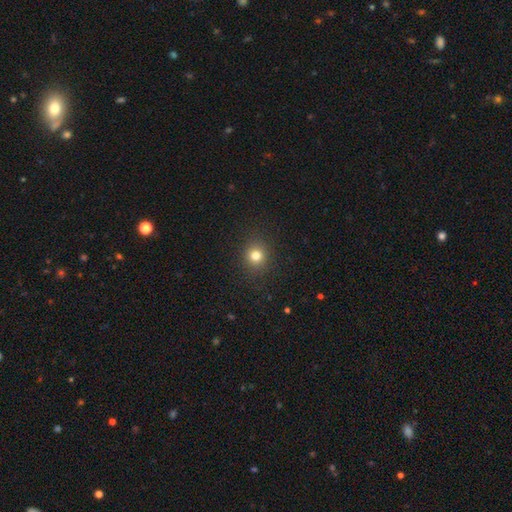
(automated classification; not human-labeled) A smooth galaxy with no disk features (79%) that is round (87%). Merging: none (90%).